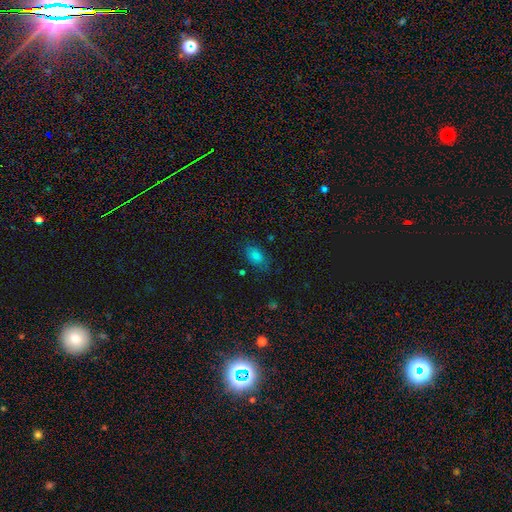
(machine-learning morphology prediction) The model was most divided on "smooth or featured": smooth: 71%, star or artifact: 19%, featured or disk: 10%. More confident: how rounded — in between (85%); merging — none (77%).